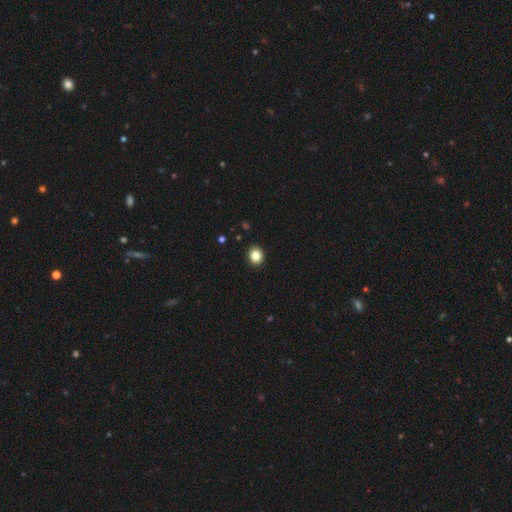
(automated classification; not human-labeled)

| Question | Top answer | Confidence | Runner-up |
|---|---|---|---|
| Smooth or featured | smooth | 84% | star or artifact (10%) |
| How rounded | round | 73% | in between (26%) |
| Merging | none | 92% | minor disturbance (5%) |